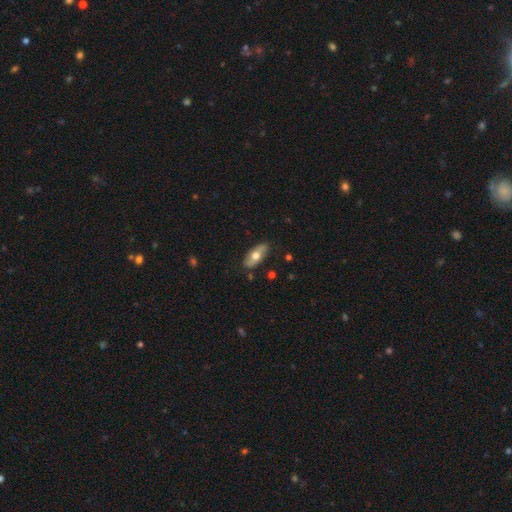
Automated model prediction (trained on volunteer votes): This appears to be a smooth galaxy with no disk features (57%) that is in between round and cigar-shaped (84%). Merging: none (84%).